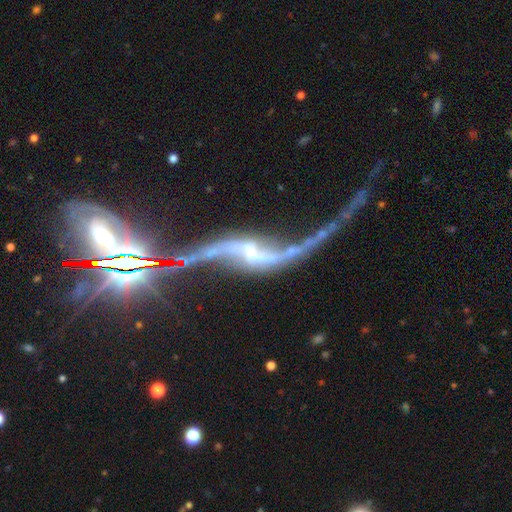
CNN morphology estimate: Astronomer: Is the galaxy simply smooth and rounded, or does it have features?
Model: featured or disk — 87%.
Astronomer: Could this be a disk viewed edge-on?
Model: no — 90%.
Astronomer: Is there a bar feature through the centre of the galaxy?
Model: strong — 38% (runner-up: weak, 35%).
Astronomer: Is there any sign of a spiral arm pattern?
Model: yes — 94%.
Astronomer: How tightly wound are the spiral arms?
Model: loose — 95%.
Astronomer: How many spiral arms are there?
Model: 2 — 93%.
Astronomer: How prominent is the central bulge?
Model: small — 49% (runner-up: none, 27%).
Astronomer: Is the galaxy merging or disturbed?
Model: none — 45% (runner-up: major disturbance, 24%).